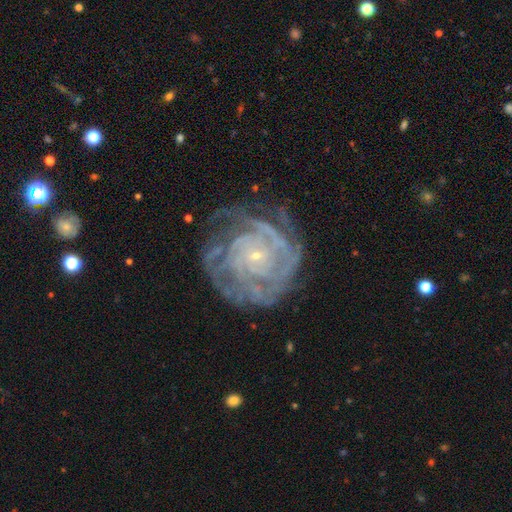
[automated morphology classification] featured or disk 86%, star or artifact 7%, smooth 7%. Down the decision tree: edge-on disk — no (97%); bar — no (75%); spiral arms — yes (95%); spiral arm count — can't tell (30%); spiral winding — tight (76%); bulge size — small (87%); merging — none (66%).